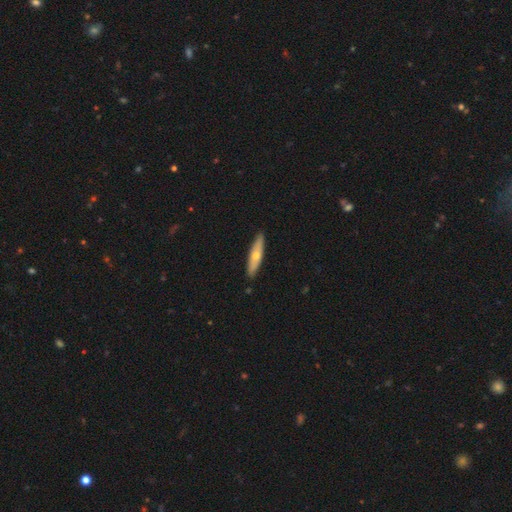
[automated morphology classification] Smooth or featured? Predicted: smooth (p=0.49). Merging? Predicted: none (p=0.90).